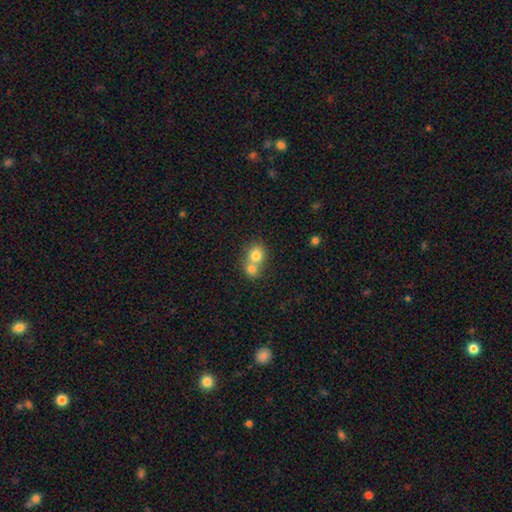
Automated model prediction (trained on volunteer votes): This appears to be a smooth galaxy with no disk features (77%) that is round (74%). Merging: merger (64%).